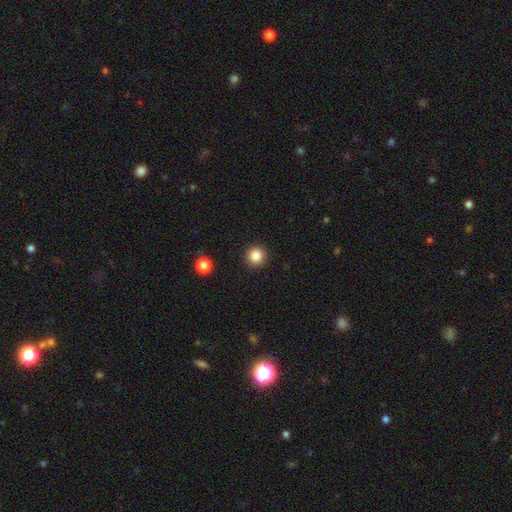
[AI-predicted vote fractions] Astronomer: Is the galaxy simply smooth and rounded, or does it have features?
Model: smooth — 85%.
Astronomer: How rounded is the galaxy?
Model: round — 95%.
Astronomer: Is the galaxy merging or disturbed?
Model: none — 92%.